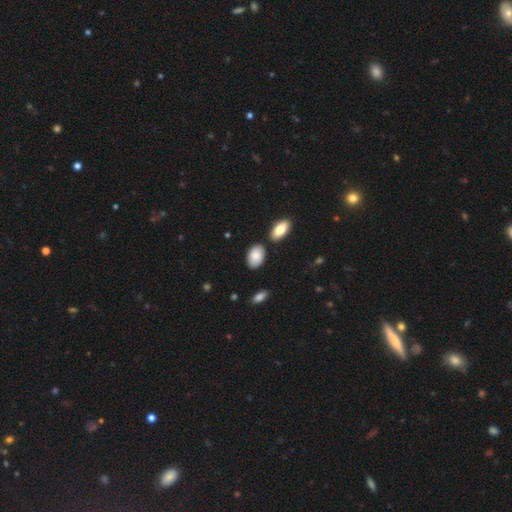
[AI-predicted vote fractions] smooth-or-featured: smooth: 87% | featured or disk: 7% | star or artifact: 6%
  how-rounded: in between: 91% | round: 7% | cigar-shaped: 1%
  merging: none: 78% | minor disturbance: 14% | merger: 6% | major disturbance: 3%